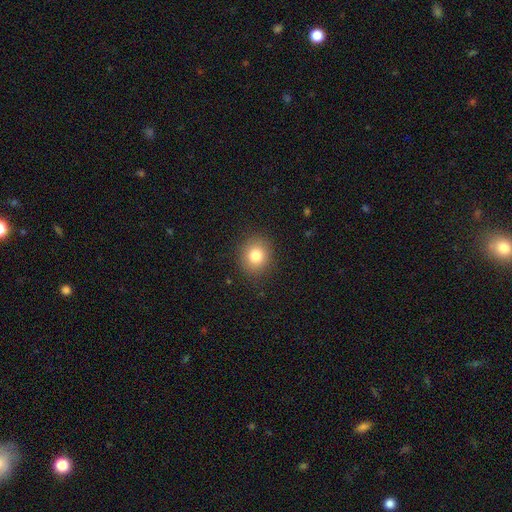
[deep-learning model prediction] The model was most divided on "how rounded": round: 78%, in between: 22%, cigar-shaped: 1%. More confident: merging — none (88%); smooth or featured — smooth (80%).